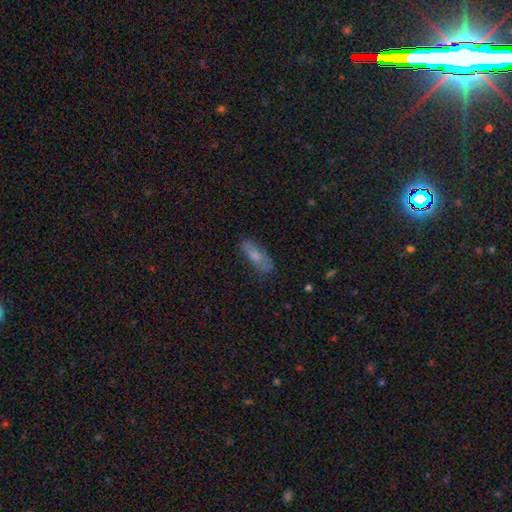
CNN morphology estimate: A smooth galaxy with no disk features (59%) that is in between round and cigar-shaped (58%).

Vote fractions:
- Smooth or featured? smooth: 59% / featured or disk: 33% / star or artifact: 8%
- How rounded? in between: 58% / cigar-shaped: 39% / round: 3%
- Merging? none: 73% / minor disturbance: 20% / major disturbance: 5% / merger: 2%